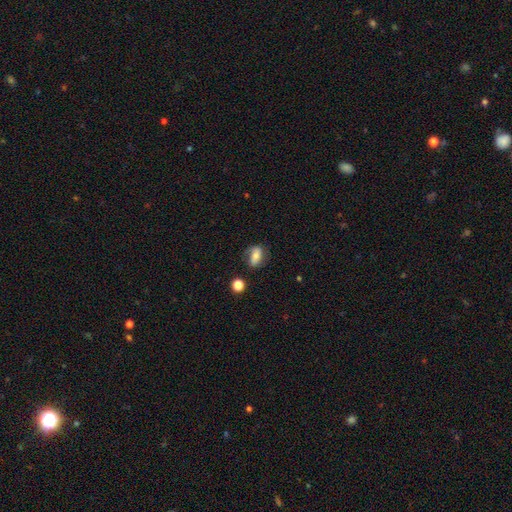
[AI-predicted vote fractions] Smooth or featured: smooth — 59% (featured or disk — 31%)
How rounded: in between — 80% (round — 16%)
Merging: none — 61% (minor disturbance — 24%)